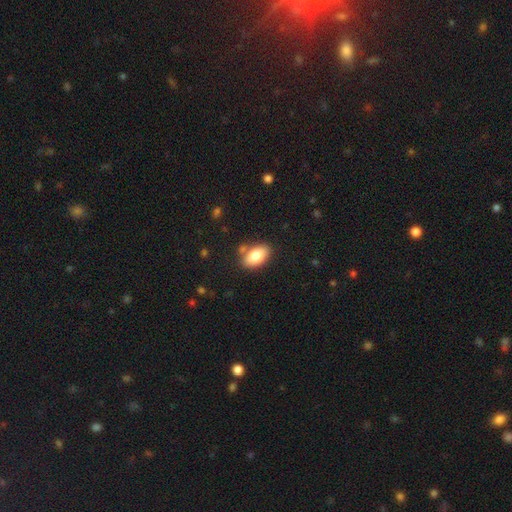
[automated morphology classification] type=smooth (81%); roundness=in between (92%); merging=none (78%).